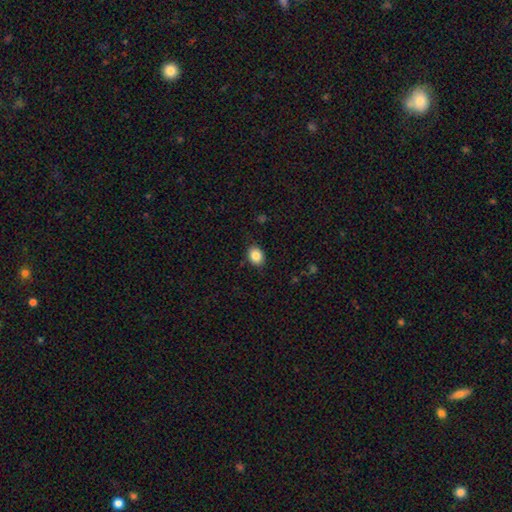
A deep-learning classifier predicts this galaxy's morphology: The model was most divided on "how rounded": in between: 55%, round: 44%, cigar-shaped: 1%. More confident: smooth or featured — smooth (86%); merging — none (85%).